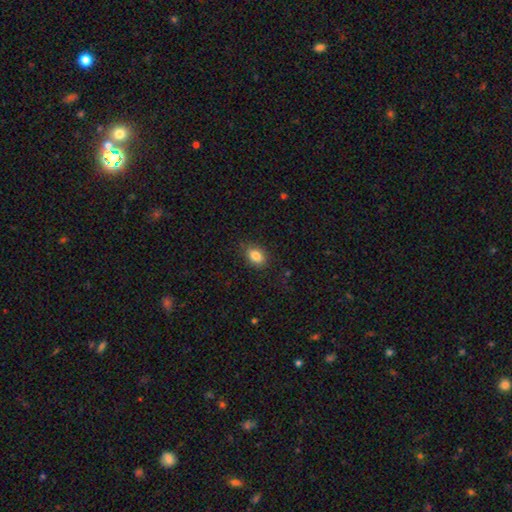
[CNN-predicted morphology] This appears to be a smooth galaxy with no disk features (84%) that is in between round and cigar-shaped (77%). Merging: none (80%).